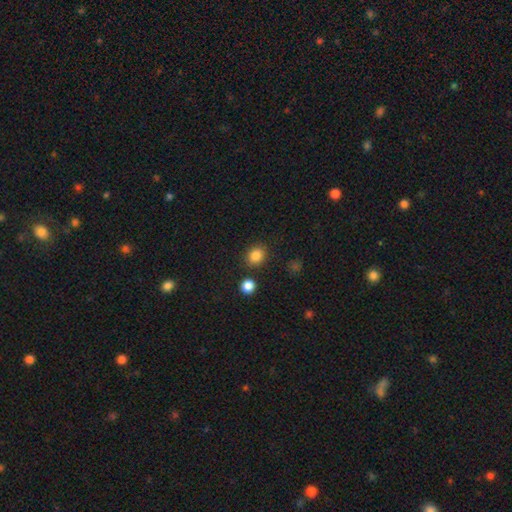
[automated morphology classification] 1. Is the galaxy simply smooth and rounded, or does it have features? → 85% smooth, 11% star or artifact, 4% featured or disk.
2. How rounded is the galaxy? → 67% round, 33% in between, 1% cigar-shaped.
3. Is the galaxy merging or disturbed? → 84% none, 8% minor disturbance, 5% merger, 3% major disturbance.